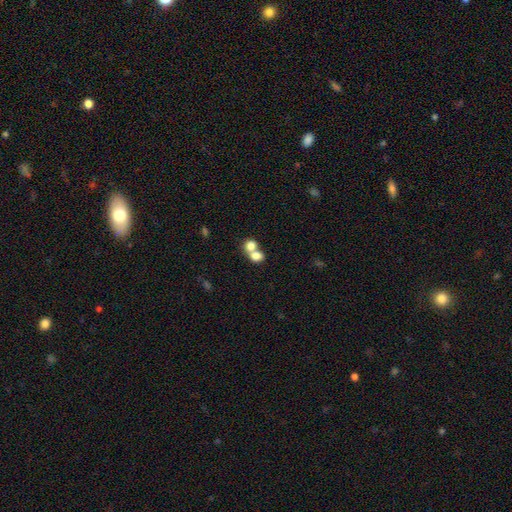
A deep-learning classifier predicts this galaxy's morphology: This appears to be a smooth galaxy with no disk features (77%) that is round (56%). Merging: merger (65%).